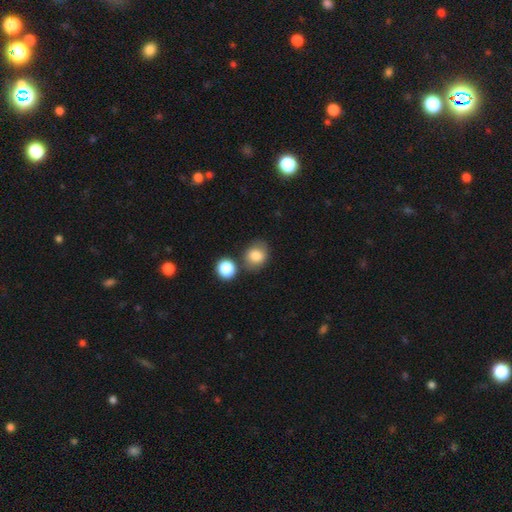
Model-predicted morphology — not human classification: This appears to be a smooth galaxy with no disk features (82%) that is round (59%). Merging: none (67%).